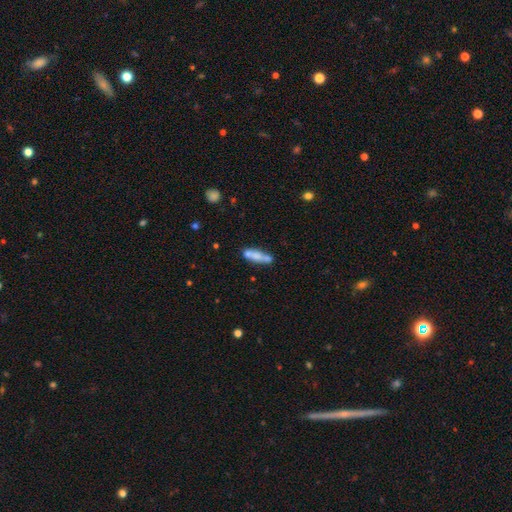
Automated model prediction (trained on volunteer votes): This appears to be a smooth galaxy with no disk features (63%) that is cigar-shaped (64%). Merging: none (55%).